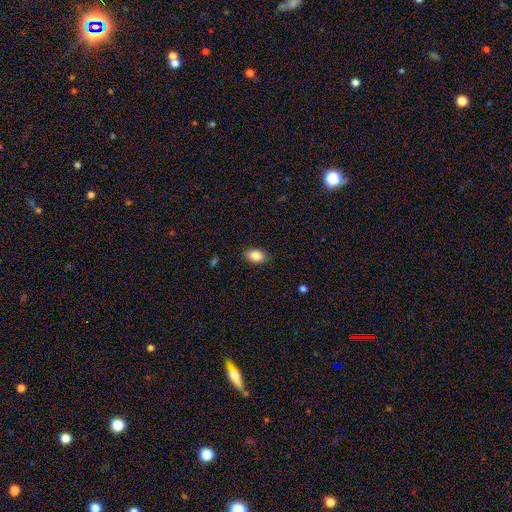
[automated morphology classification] type=smooth (86%); roundness=in between (84%); merging=none (85%).